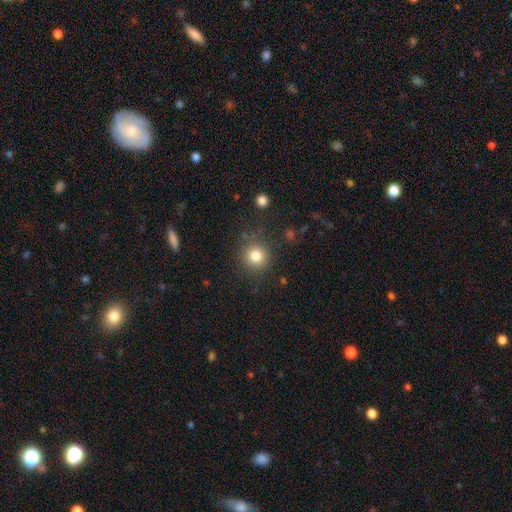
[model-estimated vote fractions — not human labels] A smooth galaxy with no disk features (81%) that is round (92%). Merging: none (84%).